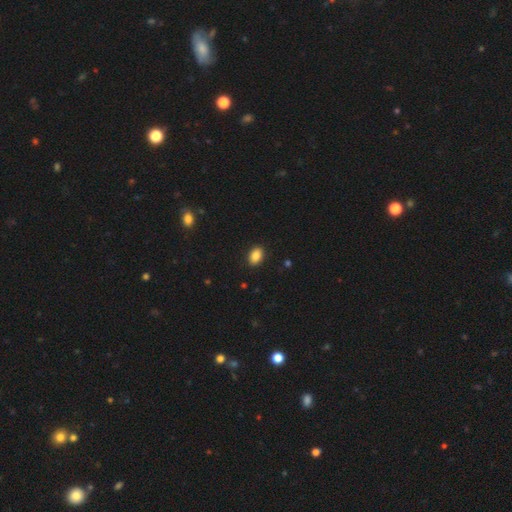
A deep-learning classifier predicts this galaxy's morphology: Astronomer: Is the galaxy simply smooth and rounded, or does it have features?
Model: smooth — 87%.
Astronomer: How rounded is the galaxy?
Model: in between — 83%.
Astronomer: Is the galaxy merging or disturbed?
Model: none — 90%.